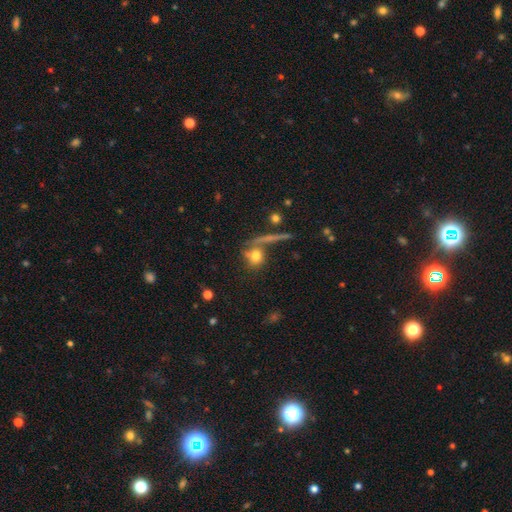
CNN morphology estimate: smooth_or_featured: smooth (p=0.71) [alt: featured or disk p=0.17]
how_rounded: round (p=0.75) [alt: in between p=0.19]
merging: none (p=0.54) [alt: merger p=0.22]